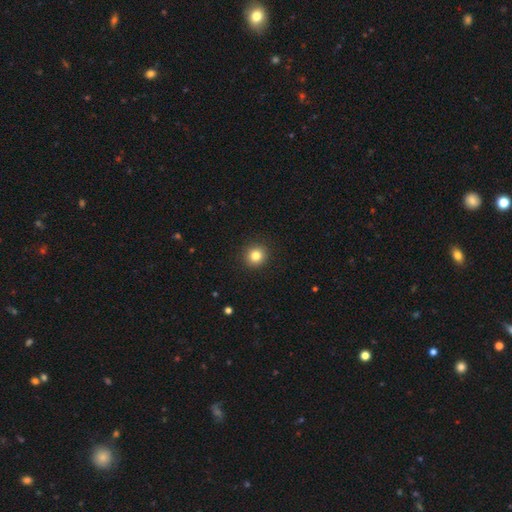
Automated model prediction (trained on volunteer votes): Smooth or featured? smooth (83%)
How rounded? round (92%)
Merging? none (92%)